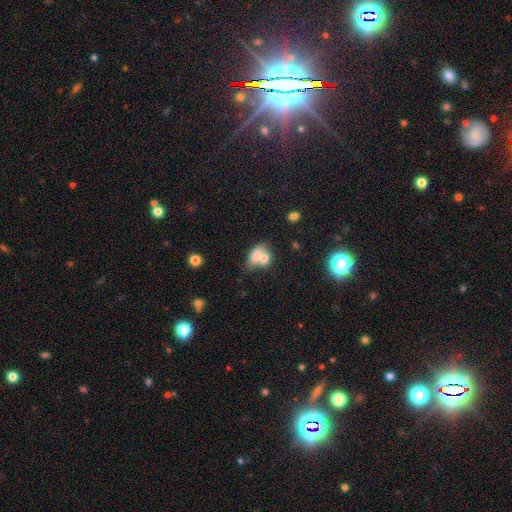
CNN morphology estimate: Smooth or featured?
  - smooth: 70% *
  - featured or disk: 20%
  - star or artifact: 10%
How rounded?
  - in between: 76% *
  - round: 18%
  - cigar-shaped: 6%
Merging?
  - merger: 60% *
  - none: 23%
  - minor disturbance: 10%
  - major disturbance: 7%